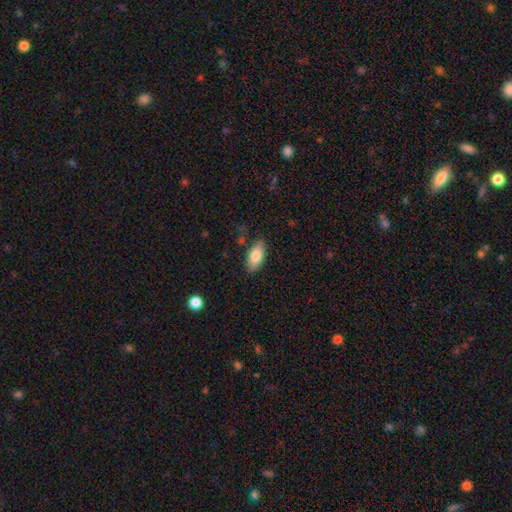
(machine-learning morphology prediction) The model was most divided on "smooth or featured": smooth: 79%, featured or disk: 14%, star or artifact: 7%. More confident: how rounded — in between (89%); merging — none (83%).